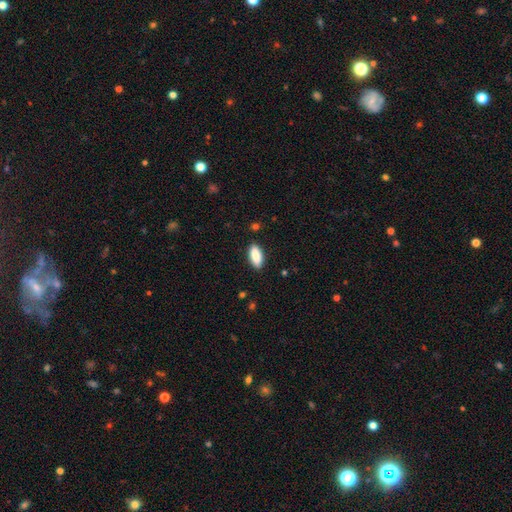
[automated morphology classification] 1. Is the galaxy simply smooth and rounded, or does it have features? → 87% smooth, 6% featured or disk, 6% star or artifact.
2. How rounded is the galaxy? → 85% in between, 13% cigar-shaped, 2% round.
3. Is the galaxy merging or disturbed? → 86% none, 10% minor disturbance, 2% major disturbance, 1% merger.